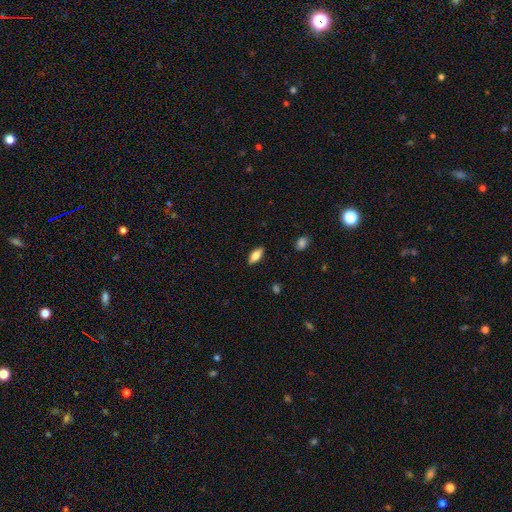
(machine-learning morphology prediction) This appears to be a smooth galaxy with no disk features (72%) that is in between round and cigar-shaped (82%). Merging: none (88%).